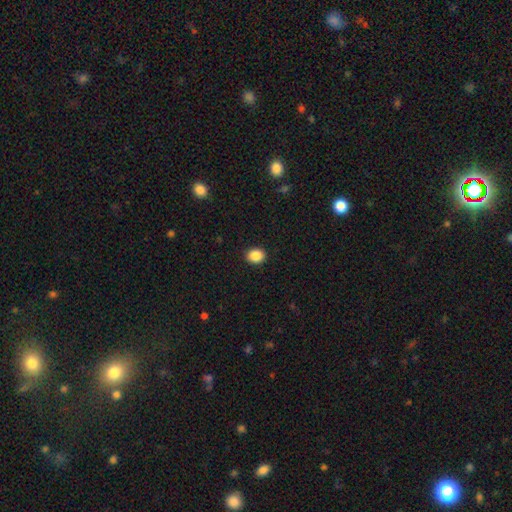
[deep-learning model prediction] A smooth galaxy with no disk features (88%) that is round (58%).

Vote fractions:
- Smooth or featured? smooth: 88% / star or artifact: 9% / featured or disk: 3%
- How rounded? round: 58% / in between: 41% / cigar-shaped: 1%
- Merging? none: 92% / minor disturbance: 6% / major disturbance: 2% / merger: 1%